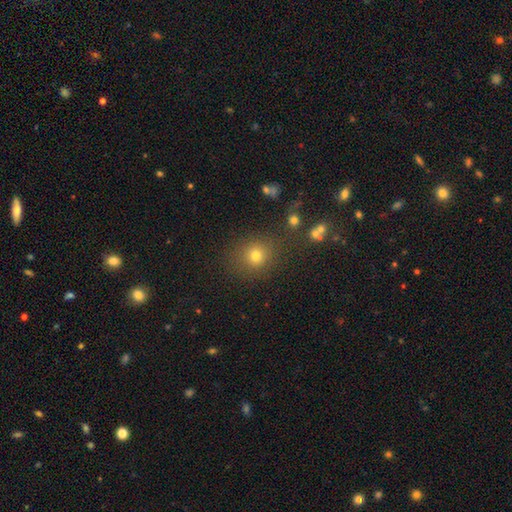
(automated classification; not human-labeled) Smooth or featured: smooth — 74% (star or artifact — 18%)
How rounded: round — 83% (in between — 16%)
Merging: none — 80% (minor disturbance — 10%)